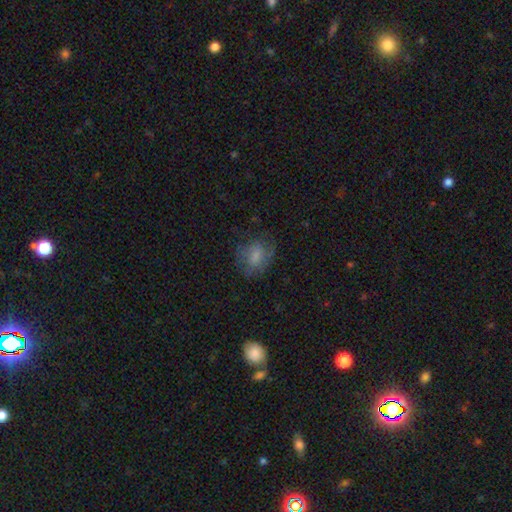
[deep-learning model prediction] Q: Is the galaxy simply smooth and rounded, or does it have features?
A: smooth — 64%.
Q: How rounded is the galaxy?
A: in between — 60%.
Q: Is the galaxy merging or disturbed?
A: none — 60%.